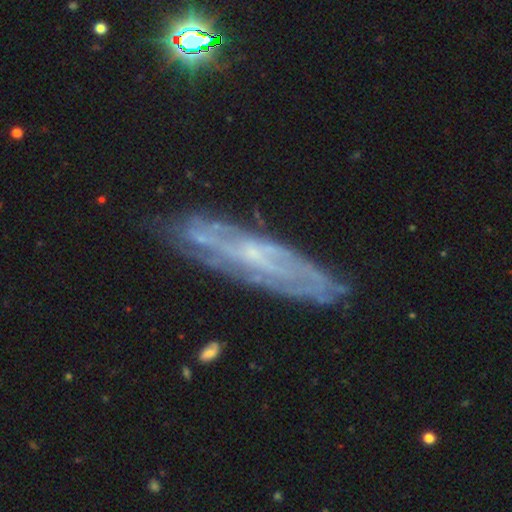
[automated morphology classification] A featured or disk galaxy (76%). Merging: none (78%).